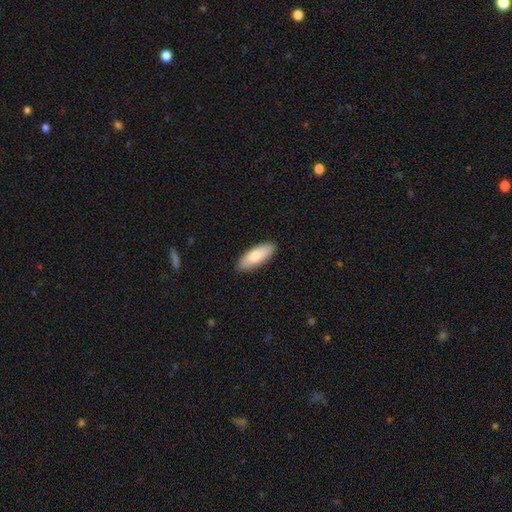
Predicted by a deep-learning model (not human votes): A smooth galaxy with no disk features (84%) that is in between round and cigar-shaped (72%).

Vote fractions:
- Smooth or featured? smooth: 84% / featured or disk: 11% / star or artifact: 5%
- How rounded? in between: 72% / cigar-shaped: 26% / round: 2%
- Merging? none: 88% / minor disturbance: 9% / major disturbance: 2% / merger: 1%